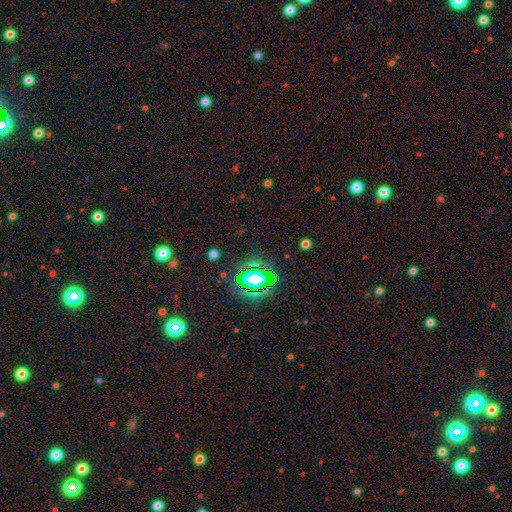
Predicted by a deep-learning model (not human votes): star or artifact 75%, smooth 16%, featured or disk 9%.